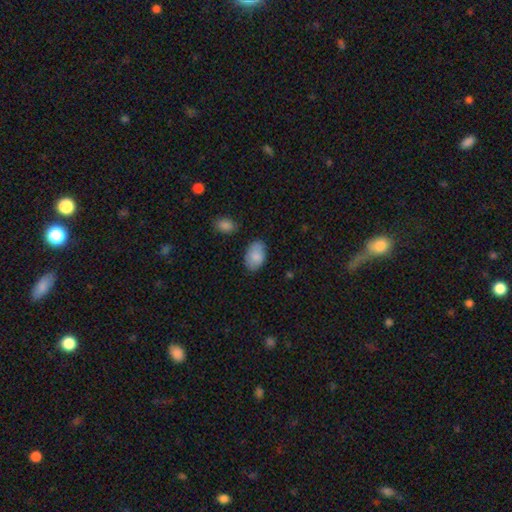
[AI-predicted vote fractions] Q: Smooth or featured?
A: smooth (85%); runner-up: featured or disk (8%)
Q: How rounded?
A: in between (91%); runner-up: round (8%)
Q: Merging?
A: none (77%); runner-up: minor disturbance (17%)